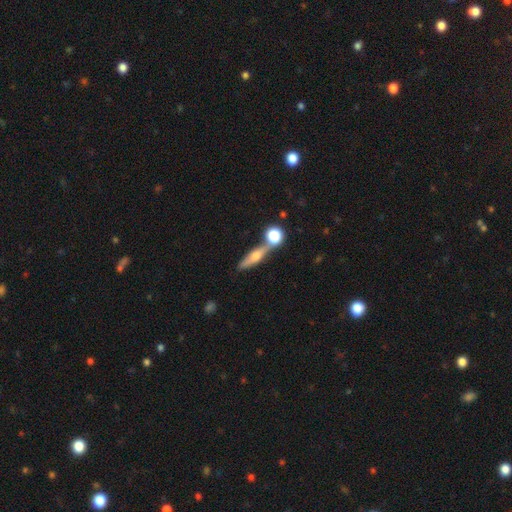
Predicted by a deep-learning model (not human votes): A featured or disk galaxy (47%).

Vote fractions:
- Smooth or featured? featured or disk: 47% / smooth: 43% / star or artifact: 10%
- Merging? none: 61% / merger: 23% / minor disturbance: 11% / major disturbance: 4%